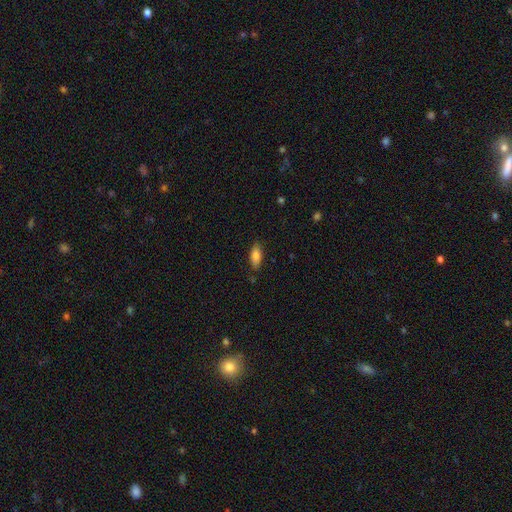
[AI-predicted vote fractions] smooth_or_featured: smooth (p=0.85) [alt: featured or disk p=0.08]
how_rounded: in between (p=0.80) [alt: cigar-shaped p=0.17]
merging: none (p=0.82) [alt: minor disturbance p=0.13]